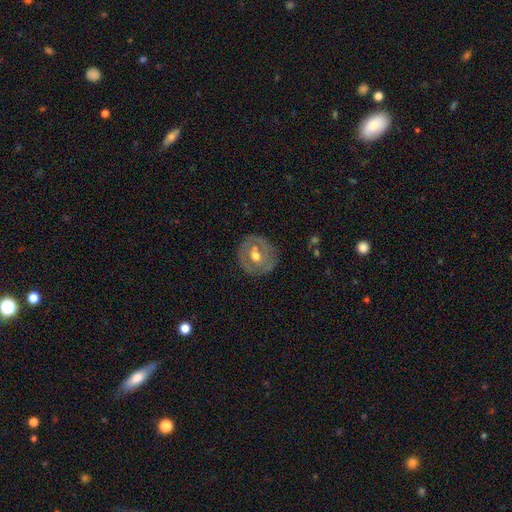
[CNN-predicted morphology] A featured or disk galaxy (54%) with no bar (69%), no spiral arms (78%) and a moderate central bulge (79%). Merging: none (78%).